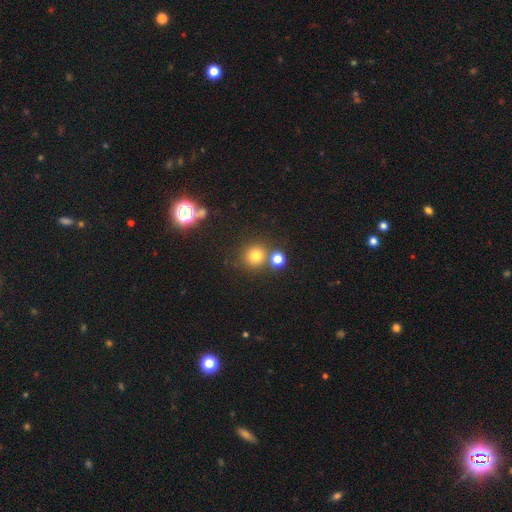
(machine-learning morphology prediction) Smooth or featured: smooth — 76% (star or artifact — 16%)
How rounded: round — 90% (in between — 9%)
Merging: none — 69% (merger — 19%)